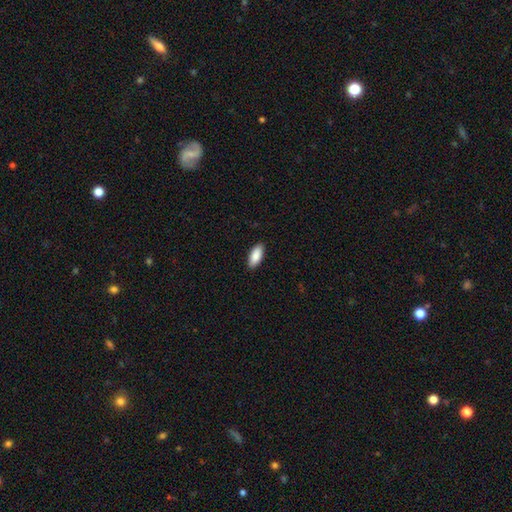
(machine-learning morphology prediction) Overall: smooth (88%). How rounded: in between (83%). Merging: none (90%).